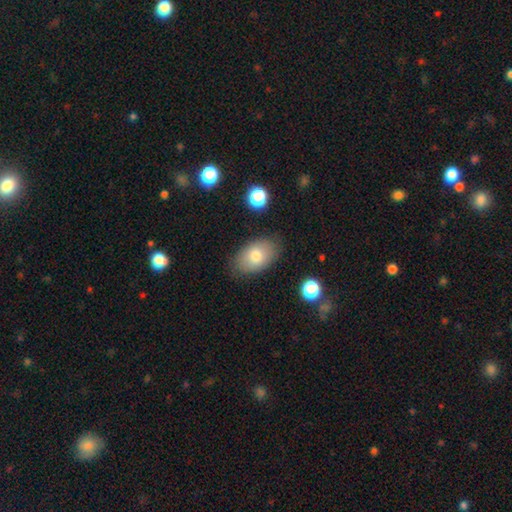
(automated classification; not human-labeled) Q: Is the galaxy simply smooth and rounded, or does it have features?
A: smooth — 78%.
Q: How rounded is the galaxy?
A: in between — 91%.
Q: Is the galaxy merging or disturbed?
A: none — 81%.